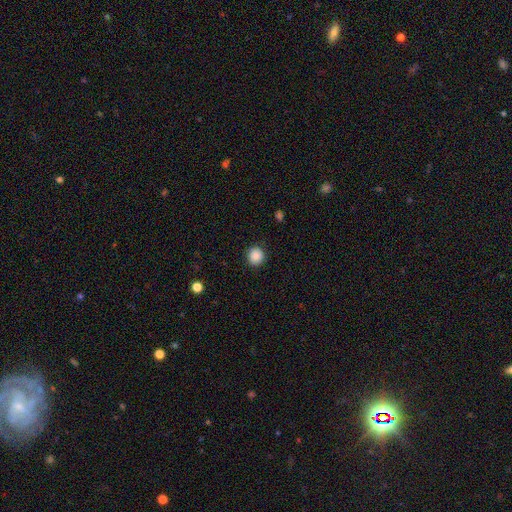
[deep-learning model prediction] The model was most divided on "smooth or featured": smooth: 88%, star or artifact: 9%, featured or disk: 3%. More confident: merging — none (91%); how rounded — round (90%).